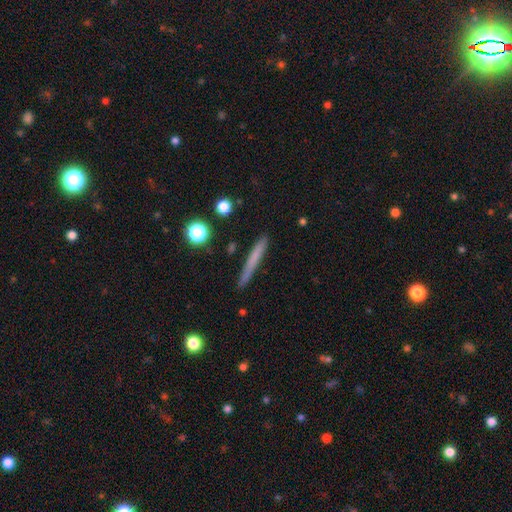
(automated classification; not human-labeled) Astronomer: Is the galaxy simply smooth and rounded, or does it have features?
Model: smooth — 63%.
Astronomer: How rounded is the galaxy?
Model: cigar-shaped — 96%.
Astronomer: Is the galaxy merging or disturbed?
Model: none — 87%.